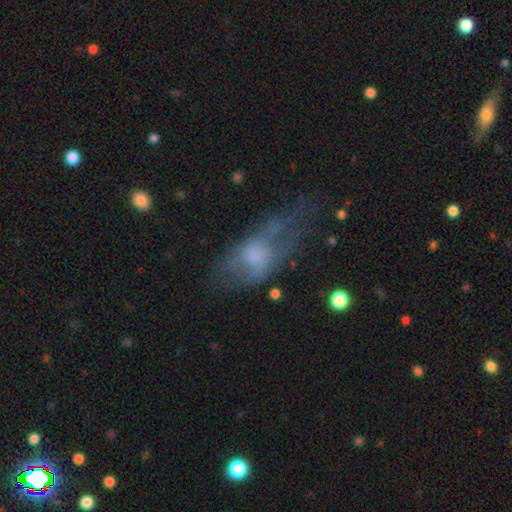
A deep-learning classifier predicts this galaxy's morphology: type=featured or disk (45%); merging=major disturbance (46%).